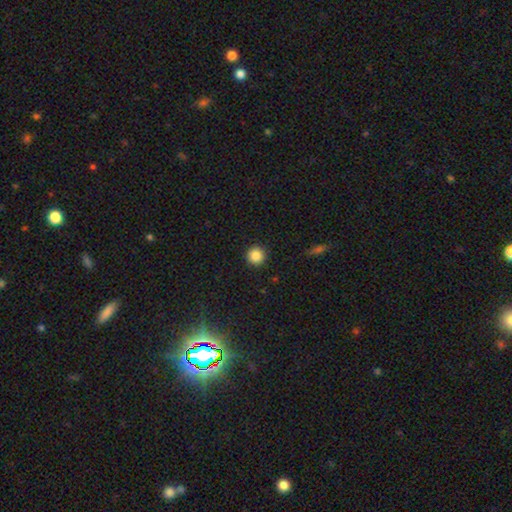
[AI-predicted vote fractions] smooth 85%, star or artifact 10%, featured or disk 4%. Down the decision tree: how rounded — round (95%); merging — none (93%).